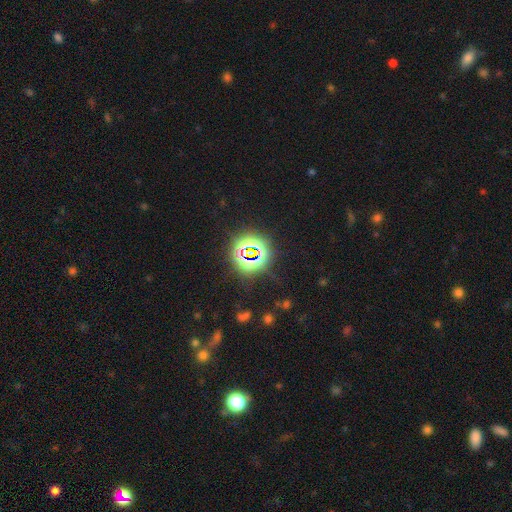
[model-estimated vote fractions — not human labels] Smooth or featured? Predicted: star or artifact (p=0.78).